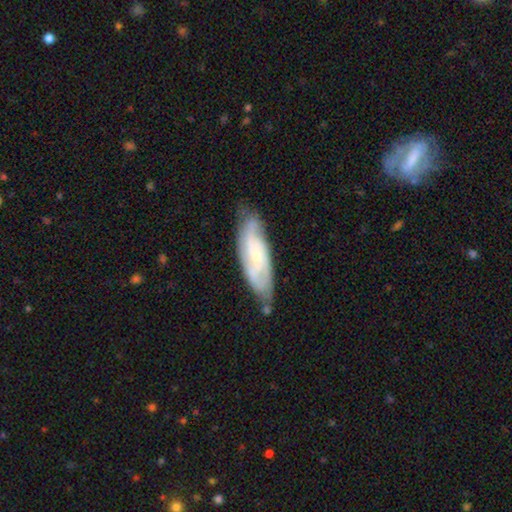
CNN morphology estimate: Overall: featured or disk (74%). Edge-on disk: no (86%). Bar: no (61%; weak 30%). Spiral arms: yes (92%). Spiral arm count: 2 (43%; can't tell 29%). Spiral winding: tight (50%; medium 39%). Bulge size: small (71%). Merging: none (69%).